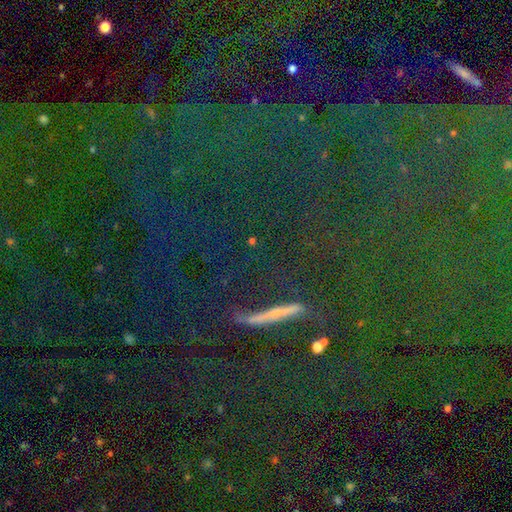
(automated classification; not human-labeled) A star or artifact, not a galaxy (65%).

Vote fractions:
- Smooth or featured? star or artifact: 65% / smooth: 18% / featured or disk: 17%